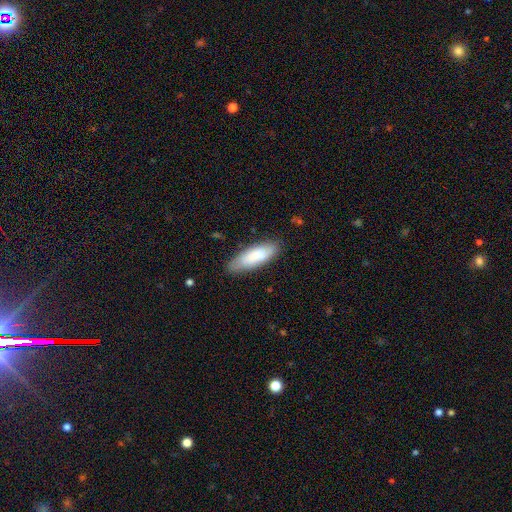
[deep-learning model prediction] Q: Smooth or featured?
A: smooth (81%); runner-up: featured or disk (13%)
Q: How rounded?
A: in between (59%); runner-up: cigar-shaped (40%)
Q: Merging?
A: none (79%); runner-up: minor disturbance (16%)